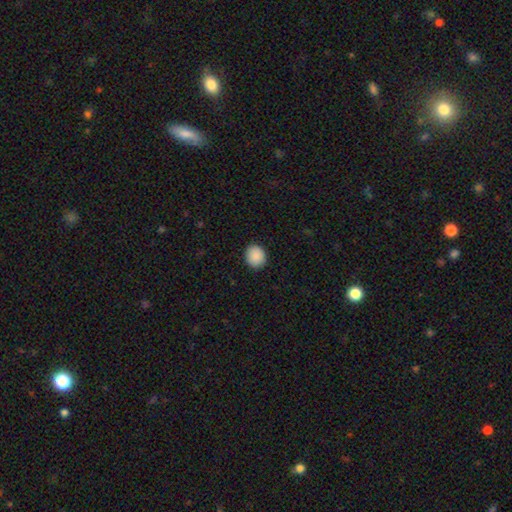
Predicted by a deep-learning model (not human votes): smooth 90%, star or artifact 8%, featured or disk 3%. Down the decision tree: how rounded — round (75%); merging — none (91%).